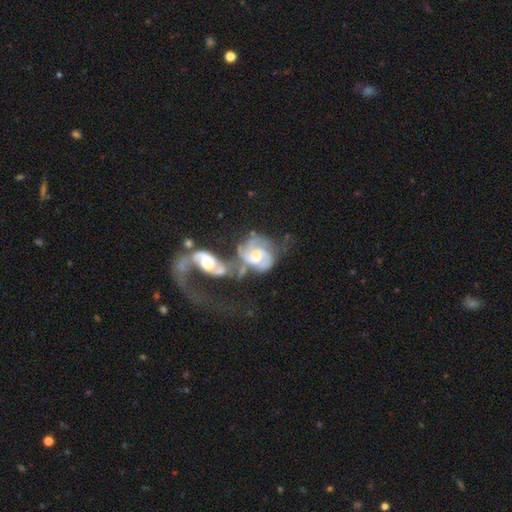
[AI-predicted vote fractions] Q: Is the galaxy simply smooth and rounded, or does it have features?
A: featured or disk — 87%.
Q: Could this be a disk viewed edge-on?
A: no — 97%.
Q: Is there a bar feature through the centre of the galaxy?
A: no — 57%.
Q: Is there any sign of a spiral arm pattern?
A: yes — 96%.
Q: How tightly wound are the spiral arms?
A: medium — 45%.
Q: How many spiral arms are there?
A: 2 — 62%.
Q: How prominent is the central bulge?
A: moderate — 71%.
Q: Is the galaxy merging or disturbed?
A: merger — 61%.